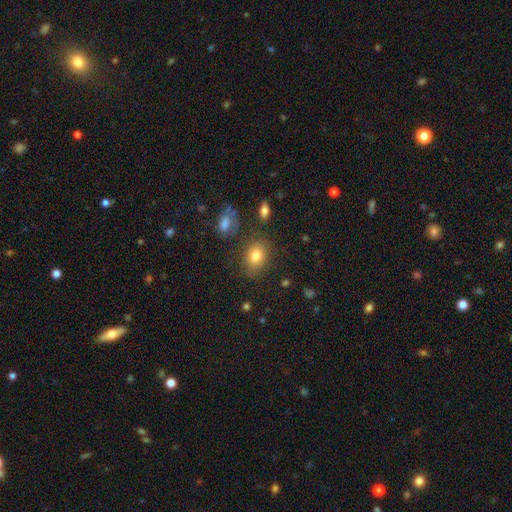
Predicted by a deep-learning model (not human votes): Smooth or featured?
  - smooth: 80% *
  - star or artifact: 10%
  - featured or disk: 10%
How rounded?
  - in between: 76% *
  - round: 23%
  - cigar-shaped: 1%
Merging?
  - none: 76% *
  - minor disturbance: 15%
  - major disturbance: 5%
  - merger: 5%